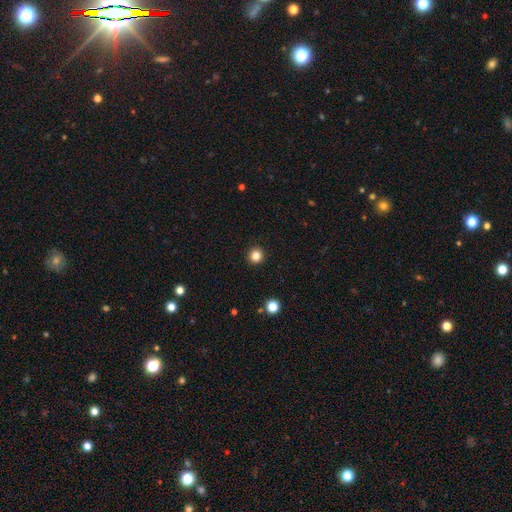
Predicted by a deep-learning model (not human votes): A smooth galaxy with no disk features (83%) that is round (94%).

Vote fractions:
- Smooth or featured? smooth: 83% / star or artifact: 13% / featured or disk: 4%
- How rounded? round: 94% / in between: 5% / cigar-shaped: 1%
- Merging? none: 93% / minor disturbance: 4% / major disturbance: 1% / merger: 1%